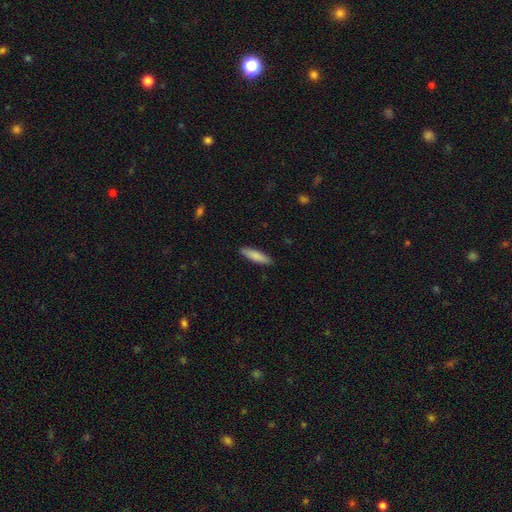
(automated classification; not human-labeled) Smooth or featured? Predicted: smooth (p=0.83). How rounded? Predicted: cigar-shaped (p=0.73). Merging? Predicted: none (p=0.88).